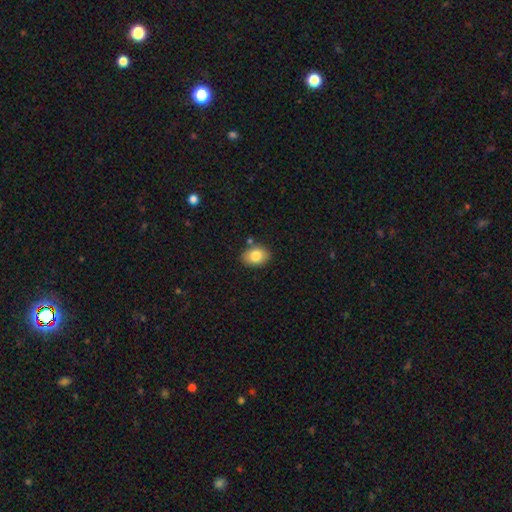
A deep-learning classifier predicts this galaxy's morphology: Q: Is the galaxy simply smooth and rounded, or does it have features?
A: smooth — 80%.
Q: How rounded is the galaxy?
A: in between — 72%.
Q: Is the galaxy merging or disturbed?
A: none — 81%.